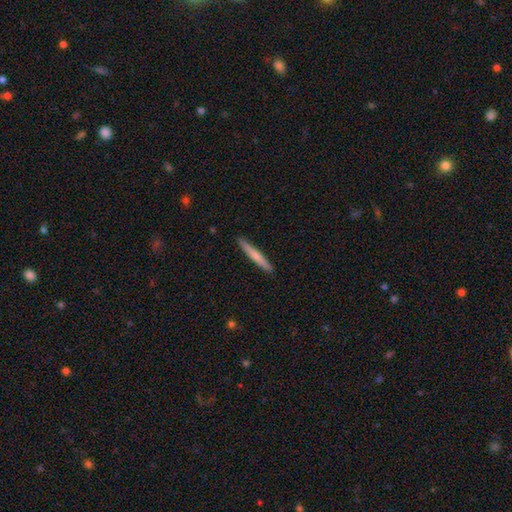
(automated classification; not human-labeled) Smooth or featured? smooth (64%)
How rounded? cigar-shaped (96%)
Merging? none (92%)